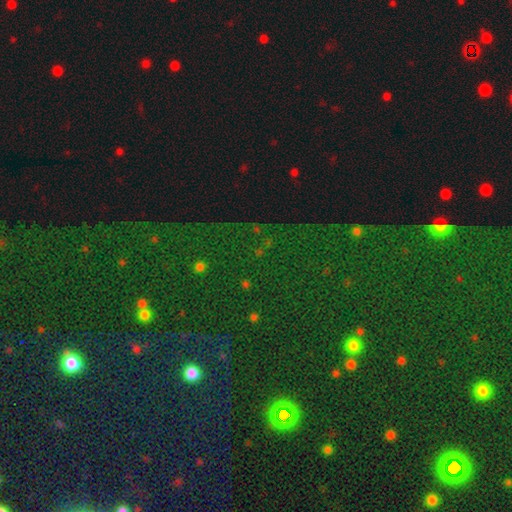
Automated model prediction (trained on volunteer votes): A star or artifact, not a galaxy (76%).